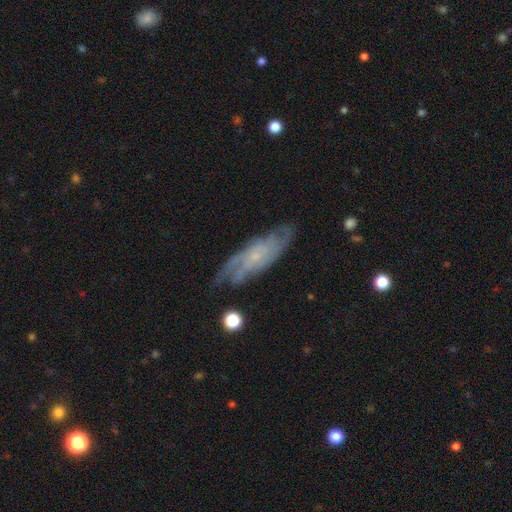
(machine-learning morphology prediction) Smooth or featured? featured or disk (77%)
Edge-on disk? no (86%)
Bar? no (71%)
Spiral arms? yes (92%)
Spiral winding? tight (49%)
Spiral arm count? can't tell (39%)
Bulge size? small (76%)
Merging? none (72%)